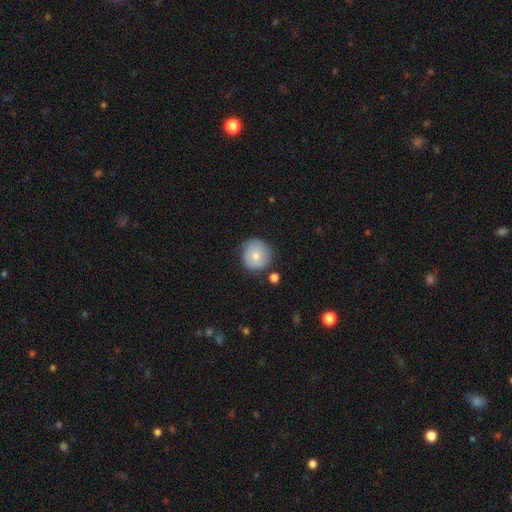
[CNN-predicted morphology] Smooth or featured?
  - smooth: 72% *
  - featured or disk: 20%
  - star or artifact: 8%
How rounded?
  - round: 93% *
  - in between: 6%
  - cigar-shaped: 1%
Merging?
  - none: 77% *
  - minor disturbance: 16%
  - major disturbance: 3%
  - merger: 3%